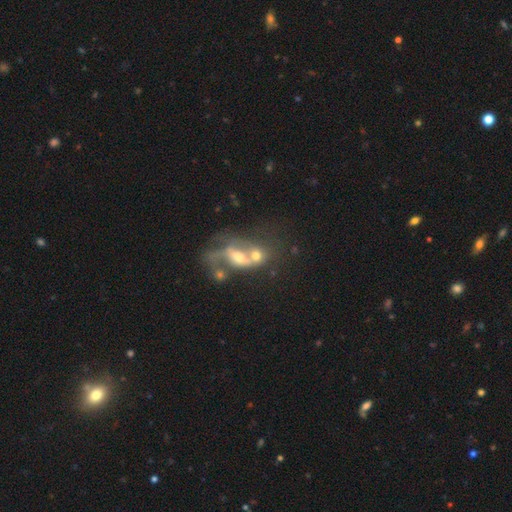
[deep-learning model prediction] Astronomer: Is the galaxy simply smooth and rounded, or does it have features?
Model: featured or disk — 48% (runner-up: smooth, 39%).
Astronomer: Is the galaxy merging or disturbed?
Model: merger — 62%.